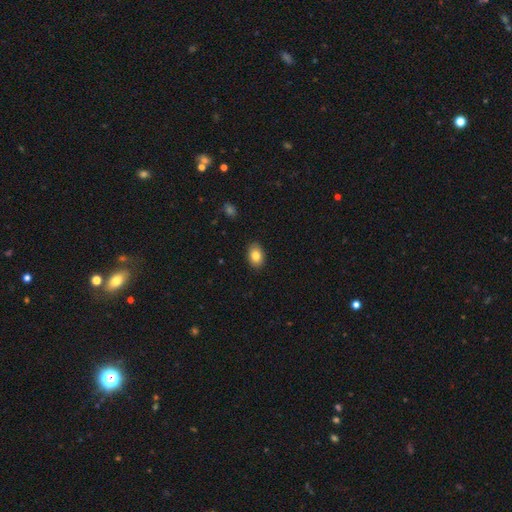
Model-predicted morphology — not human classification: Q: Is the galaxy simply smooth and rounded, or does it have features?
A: smooth — 84%.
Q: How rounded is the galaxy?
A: in between — 79%.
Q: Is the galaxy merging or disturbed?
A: none — 88%.